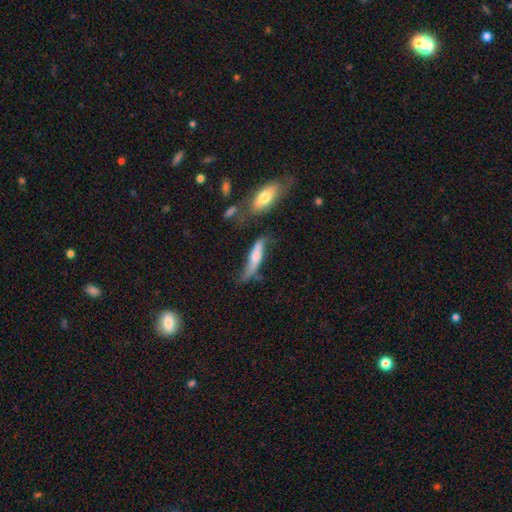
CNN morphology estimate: smooth 54%, featured or disk 39%, star or artifact 7%. Down the decision tree: how rounded — cigar-shaped (73%); merging — none (38%).